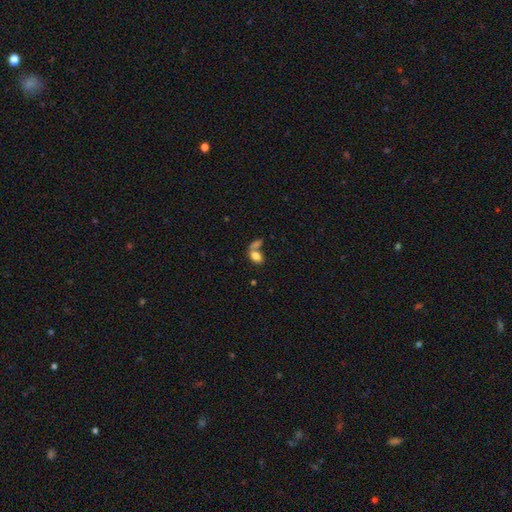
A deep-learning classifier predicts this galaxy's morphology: This appears to be a smooth galaxy with no disk features (78%) that is in between round and cigar-shaped (88%). Merging: merger (48%).